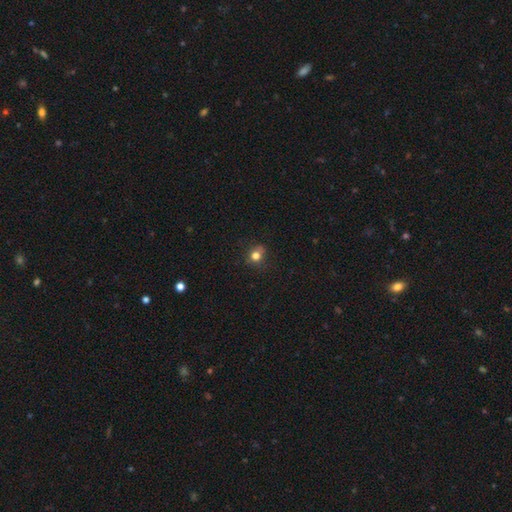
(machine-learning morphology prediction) Smooth or featured?
  - smooth: 76% *
  - star or artifact: 15%
  - featured or disk: 9%
How rounded?
  - round: 74% *
  - in between: 25%
  - cigar-shaped: 1%
Merging?
  - none: 67% *
  - minor disturbance: 22%
  - major disturbance: 7%
  - merger: 3%